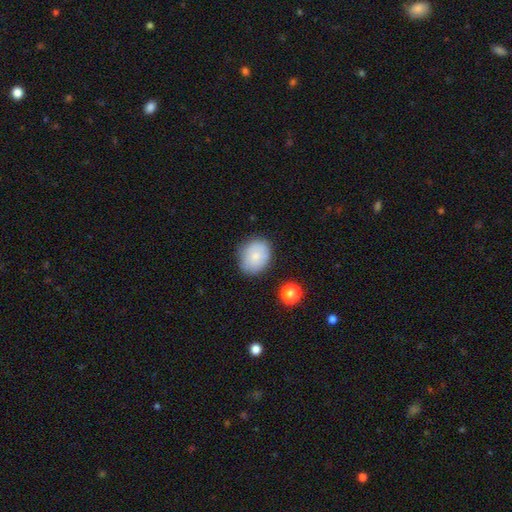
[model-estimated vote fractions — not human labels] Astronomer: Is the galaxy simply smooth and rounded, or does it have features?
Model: smooth — 78%.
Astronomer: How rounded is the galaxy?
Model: round — 53% (runner-up: in between, 46%).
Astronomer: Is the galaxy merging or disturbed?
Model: none — 77%.